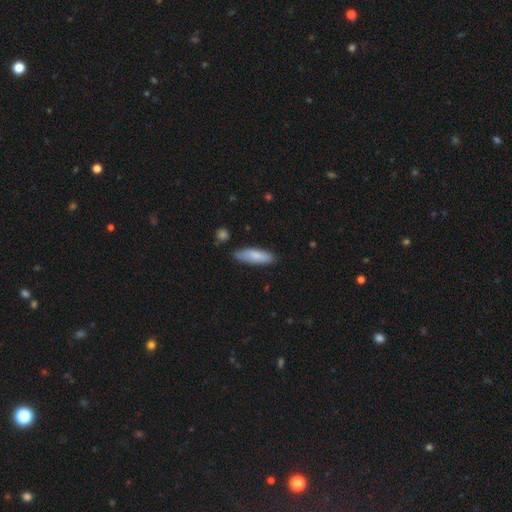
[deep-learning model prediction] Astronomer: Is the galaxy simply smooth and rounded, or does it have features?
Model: smooth — 82%.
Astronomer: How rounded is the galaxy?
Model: cigar-shaped — 54% (runner-up: in between, 45%).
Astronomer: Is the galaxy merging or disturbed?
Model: none — 80%.